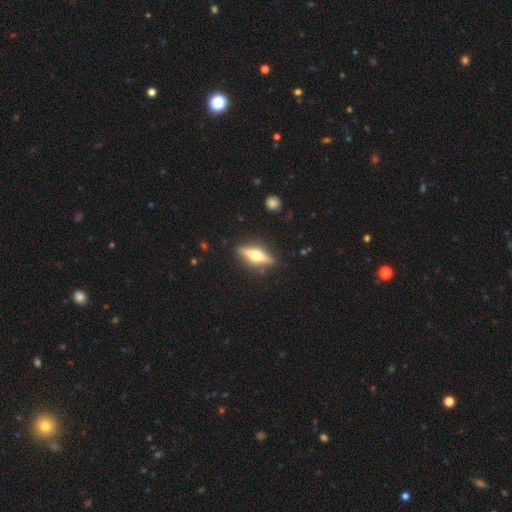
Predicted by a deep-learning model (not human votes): Q: Smooth or featured?
A: featured or disk (60%); runner-up: smooth (34%)
Q: Edge-on disk?
A: yes (93%); runner-up: no (7%)
Q: Edge-on bulge?
A: rounded (94%); runner-up: boxy (3%)
Q: Merging?
A: none (87%); runner-up: minor disturbance (9%)